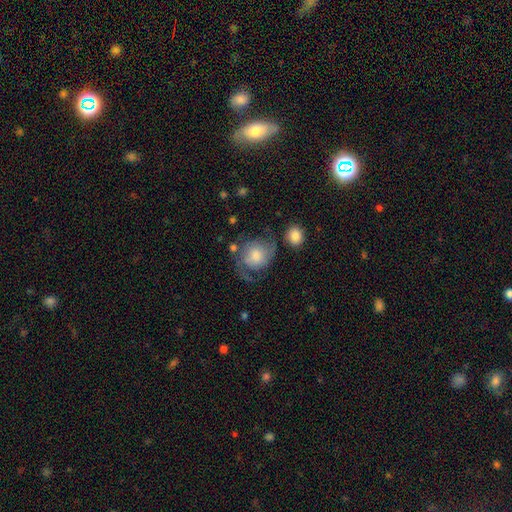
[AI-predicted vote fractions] featured or disk 49%, smooth 44%, star or artifact 7%. Down the decision tree: merging — none (43%).